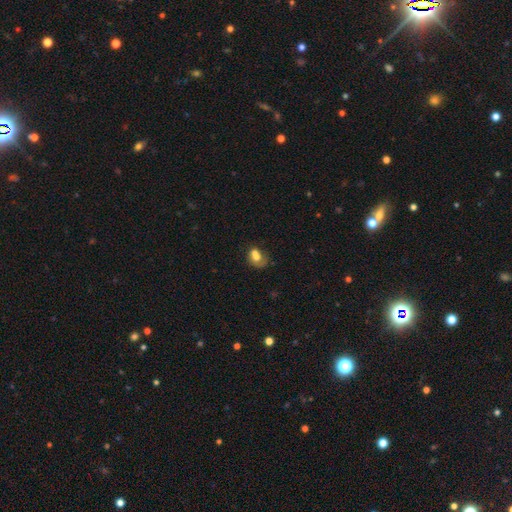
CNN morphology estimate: A smooth galaxy with no disk features (67%) that is in between round and cigar-shaped (59%).

Vote fractions:
- Smooth or featured? smooth: 67% / featured or disk: 22% / star or artifact: 12%
- How rounded? in between: 59% / round: 40% / cigar-shaped: 1%
- Merging? merger: 36% / none: 29% / minor disturbance: 18% / major disturbance: 17%